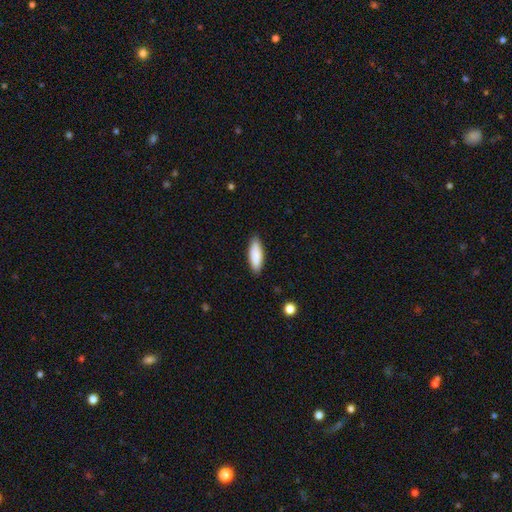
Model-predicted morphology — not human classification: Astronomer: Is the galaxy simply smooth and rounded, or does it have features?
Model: smooth — 87%.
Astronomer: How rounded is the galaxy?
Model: in between — 62%.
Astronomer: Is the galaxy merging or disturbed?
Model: none — 86%.